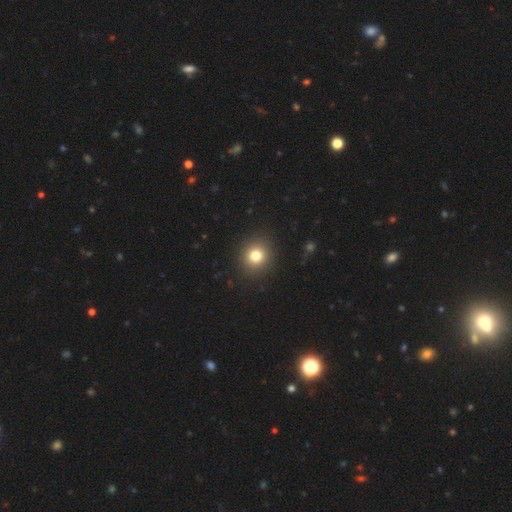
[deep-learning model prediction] Overall: smooth (80%). How rounded: round (88%). Merging: none (90%).